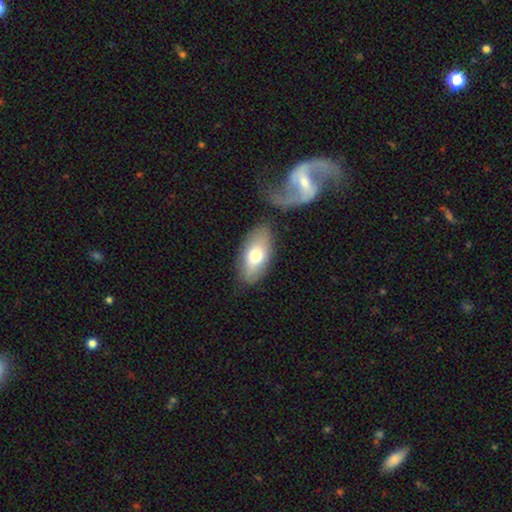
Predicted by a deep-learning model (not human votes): A smooth galaxy with no disk features (70%) that is in between round and cigar-shaped (89%).

Vote fractions:
- Smooth or featured? smooth: 70% / featured or disk: 24% / star or artifact: 7%
- How rounded? in between: 89% / cigar-shaped: 7% / round: 4%
- Merging? none: 75% / minor disturbance: 15% / merger: 6% / major disturbance: 5%